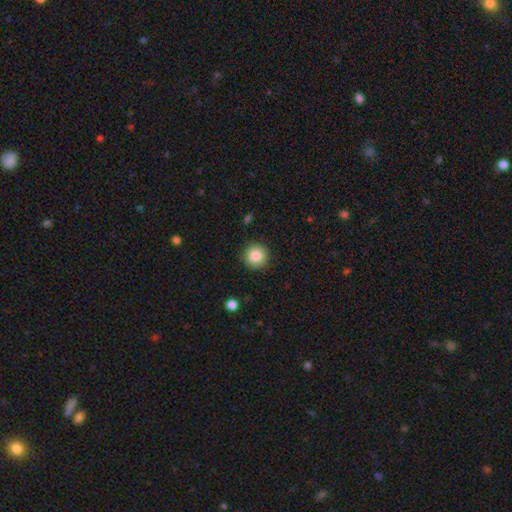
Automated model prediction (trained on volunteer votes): smooth_or_featured: smooth (p=0.85) [alt: star or artifact p=0.09]
how_rounded: round (p=0.95) [alt: in between p=0.04]
merging: none (p=0.90) [alt: minor disturbance p=0.06]